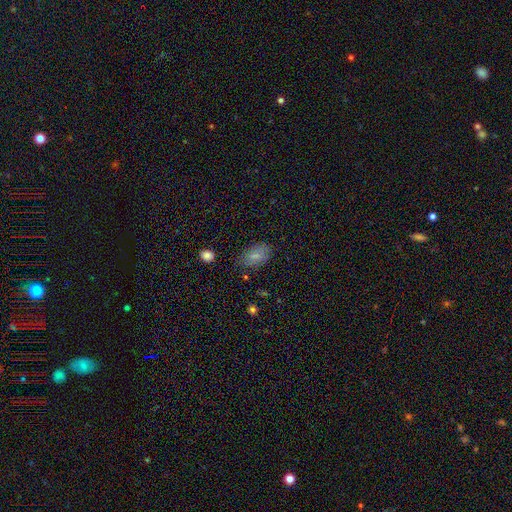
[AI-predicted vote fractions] Smooth or featured: smooth — 78% (featured or disk — 13%)
How rounded: in between — 91% (round — 7%)
Merging: none — 72% (minor disturbance — 21%)